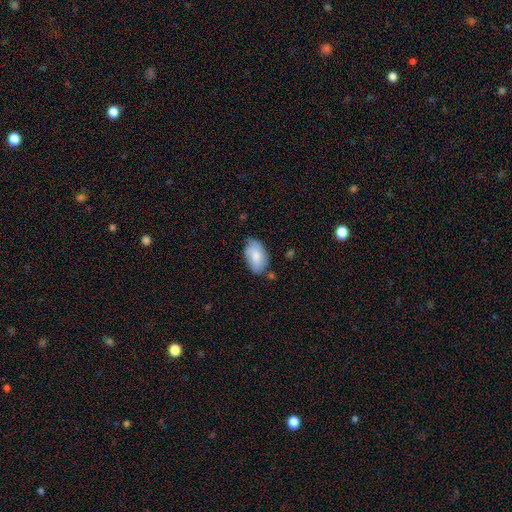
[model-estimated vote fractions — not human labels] Smooth or featured? smooth (67%)
How rounded? in between (92%)
Merging? none (59%)